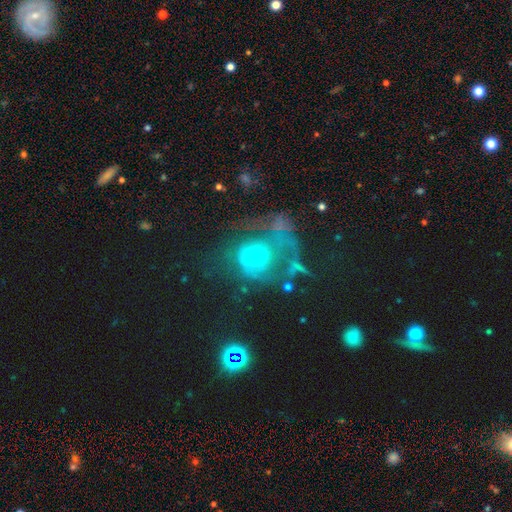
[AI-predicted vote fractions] A featured or disk galaxy (52%) with no bar (81%), no spiral arms (53%) and a moderate central bulge (53%). Merging: major disturbance (50%).